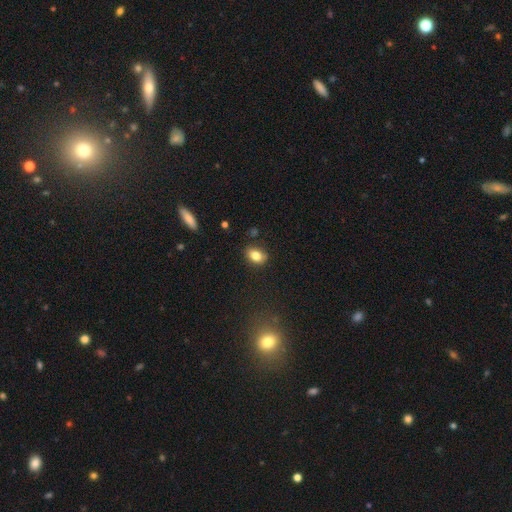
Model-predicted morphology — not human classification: This appears to be a smooth galaxy with no disk features (81%) that is in between round and cigar-shaped (74%). Merging: none (82%).